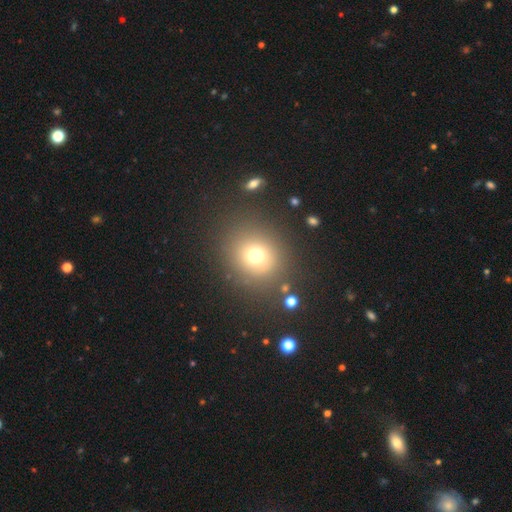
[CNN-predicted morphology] Overall: smooth (70%). How rounded: round (79%). Merging: none (82%).